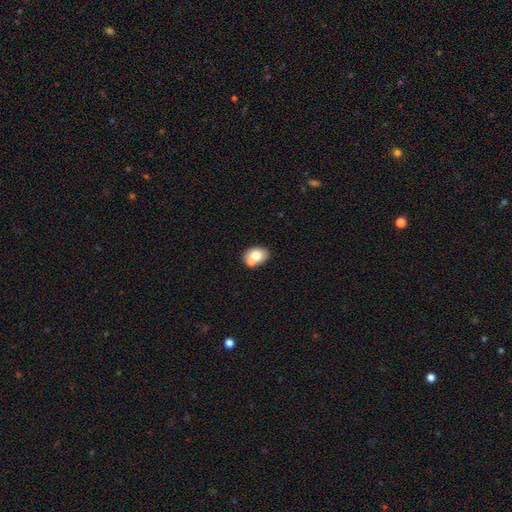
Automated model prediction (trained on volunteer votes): Smooth or featured: smooth — 72% (featured or disk — 20%)
How rounded: in between — 66% (round — 33%)
Merging: none — 52% (merger — 34%)